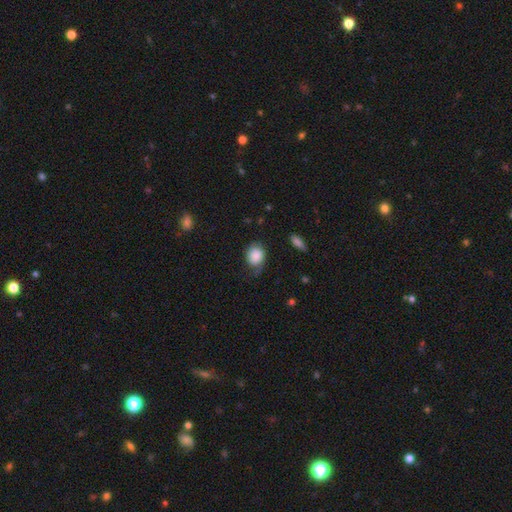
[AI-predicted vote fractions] Smooth or featured? Predicted: smooth (p=0.81). How rounded? Predicted: round (p=0.55). Merging? Predicted: none (p=0.49).